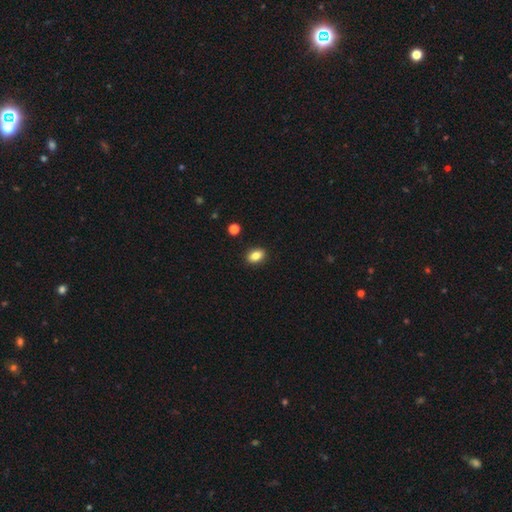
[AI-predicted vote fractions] A smooth galaxy with no disk features (83%) that is in between round and cigar-shaped (77%).

Vote fractions:
- Smooth or featured? smooth: 83% / star or artifact: 9% / featured or disk: 7%
- How rounded? in between: 77% / round: 21% / cigar-shaped: 2%
- Merging? none: 90% / minor disturbance: 7% / major disturbance: 2% / merger: 1%